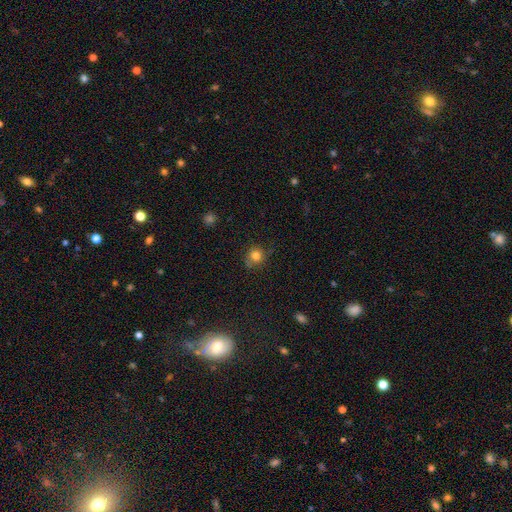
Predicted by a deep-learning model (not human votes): Overall: smooth (81%). How rounded: round (89%). Merging: none (75%).